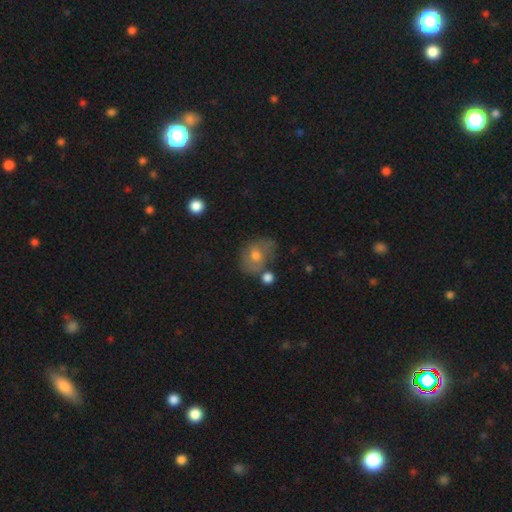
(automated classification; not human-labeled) Q: Smooth or featured?
A: smooth (55%); runner-up: featured or disk (34%)
Q: How rounded?
A: in between (53%); runner-up: round (46%)
Q: Merging?
A: none (54%); runner-up: minor disturbance (24%)